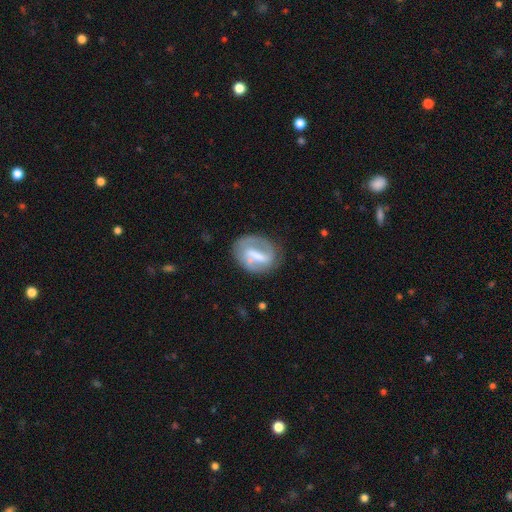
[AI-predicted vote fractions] Smooth or featured: featured or disk — 65% (smooth — 28%)
Edge-on disk: no — 96% (yes — 4%)
Bar: strong — 55% (weak — 33%)
Spiral arms: yes — 70% (no — 30%)
Bulge size: moderate — 34% (small — 25%)
Merging: none — 62% (minor disturbance — 21%)